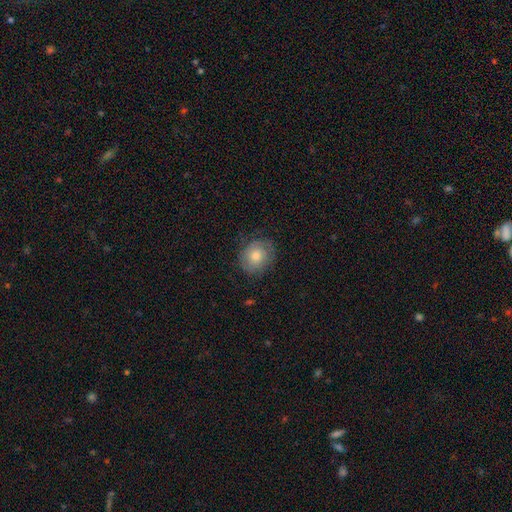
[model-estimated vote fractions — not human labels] Q: Smooth or featured?
A: smooth (57%); runner-up: featured or disk (33%)
Q: How rounded?
A: round (71%); runner-up: in between (28%)
Q: Merging?
A: none (74%); runner-up: minor disturbance (18%)